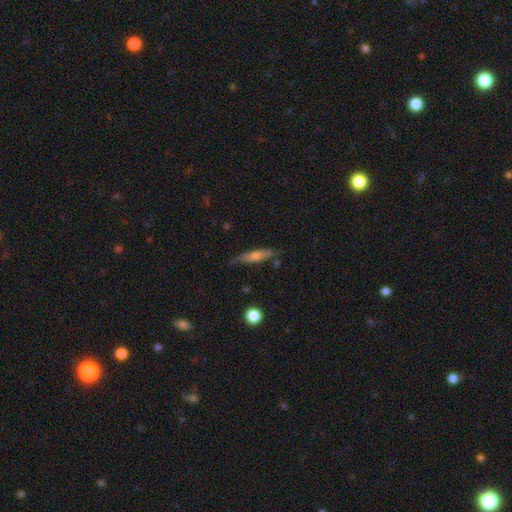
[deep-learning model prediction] Smooth or featured: featured or disk — 51% (smooth — 41%)
Edge-on disk: yes — 87% (no — 13%)
Merging: none — 78% (minor disturbance — 16%)